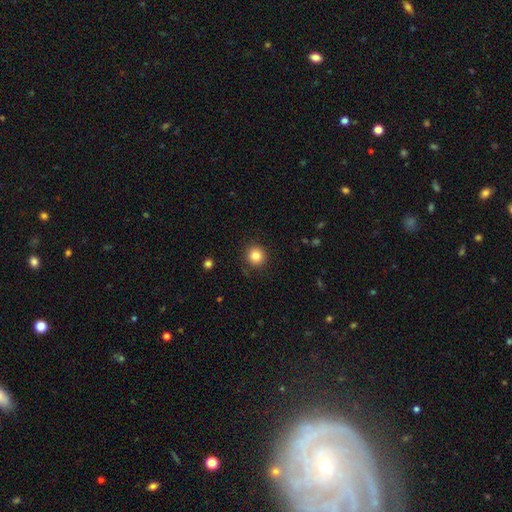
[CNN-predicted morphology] The model was most divided on "smooth or featured": smooth: 84%, star or artifact: 11%, featured or disk: 5%. More confident: how rounded — round (92%); merging — none (89%).